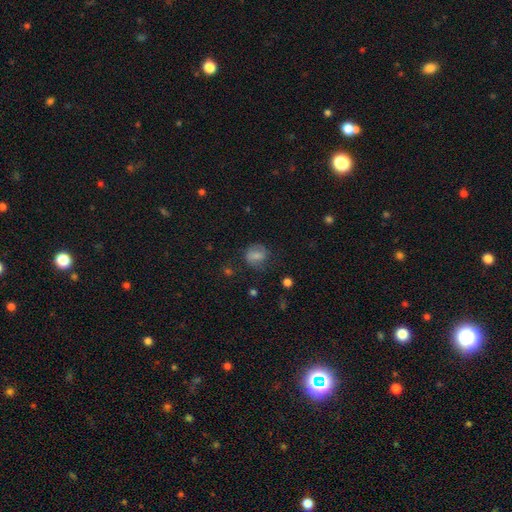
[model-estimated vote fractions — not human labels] smooth-or-featured: smooth: 64% | featured or disk: 25% | star or artifact: 11%
  how-rounded: round: 68% | in between: 30% | cigar-shaped: 1%
  merging: none: 63% | minor disturbance: 22% | major disturbance: 12% | merger: 2%